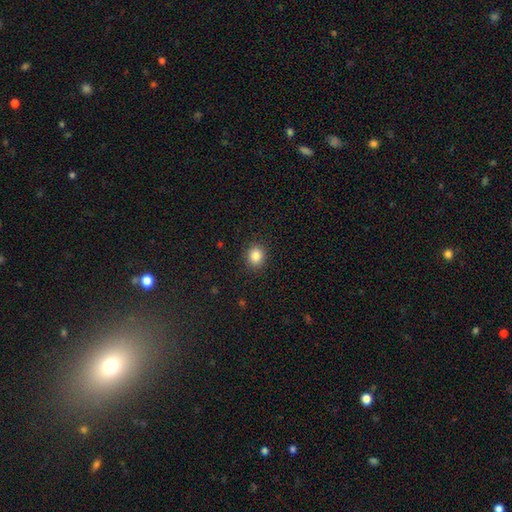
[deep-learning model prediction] Smooth or featured? smooth (85%)
How rounded? round (73%)
Merging? none (89%)